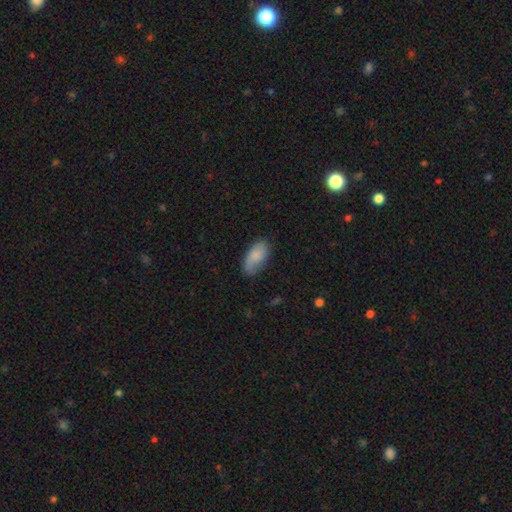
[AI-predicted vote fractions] Smooth or featured?
  - smooth: 80% *
  - featured or disk: 13%
  - star or artifact: 6%
How rounded?
  - in between: 93% *
  - cigar-shaped: 4%
  - round: 3%
Merging?
  - none: 70% *
  - minor disturbance: 23%
  - major disturbance: 6%
  - merger: 2%